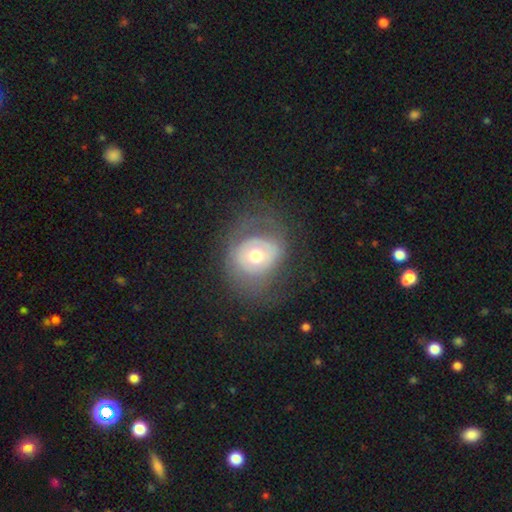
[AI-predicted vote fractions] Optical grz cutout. It shows a featured or disk galaxy (57%) with no bar (79%), no spiral arms (55%) and a moderate central bulge (73%). Merging: none (54%).